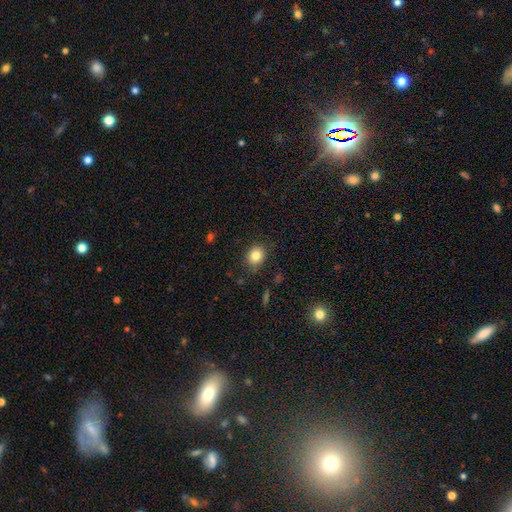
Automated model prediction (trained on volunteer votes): smooth_or_featured: smooth (p=0.83) [alt: star or artifact p=0.10]
how_rounded: round (p=0.63) [alt: in between p=0.37]
merging: none (p=0.83) [alt: minor disturbance p=0.12]